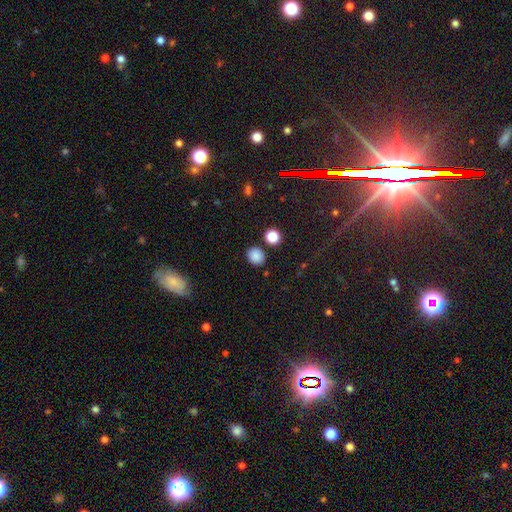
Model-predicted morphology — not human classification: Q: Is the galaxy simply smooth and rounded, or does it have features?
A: smooth — 85%.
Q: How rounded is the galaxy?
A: round — 69%.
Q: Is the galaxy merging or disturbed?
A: none — 83%.